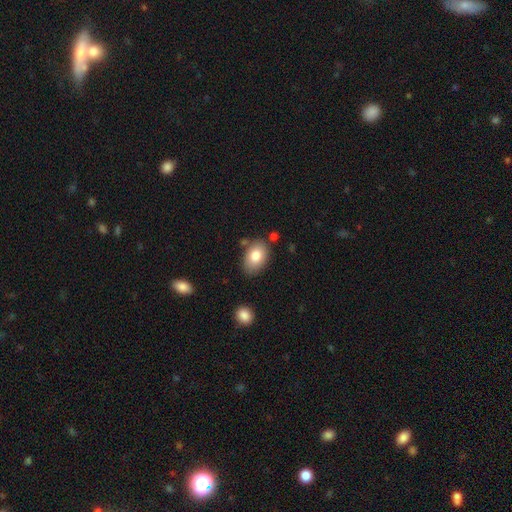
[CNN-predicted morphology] This is clearly a smooth galaxy (81%). How rounded: clearly in between (84%). Merging: likely none (75%).